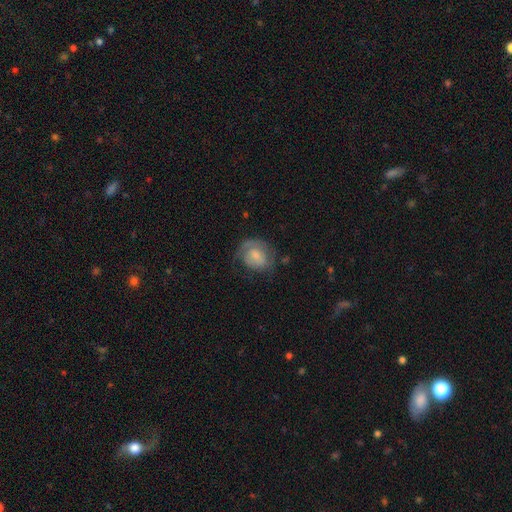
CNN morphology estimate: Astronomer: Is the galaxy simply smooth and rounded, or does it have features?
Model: smooth — 47% (runner-up: featured or disk, 46%).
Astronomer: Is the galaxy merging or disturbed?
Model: none — 53%.